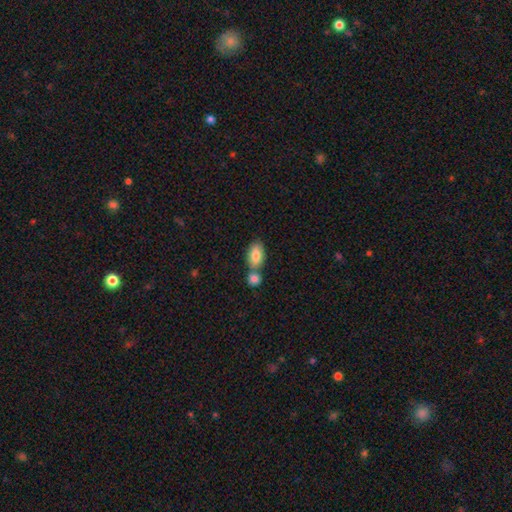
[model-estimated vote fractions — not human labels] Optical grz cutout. It shows a smooth galaxy with no disk features (83%) that is in between round and cigar-shaped (90%). Merging: none (45%).